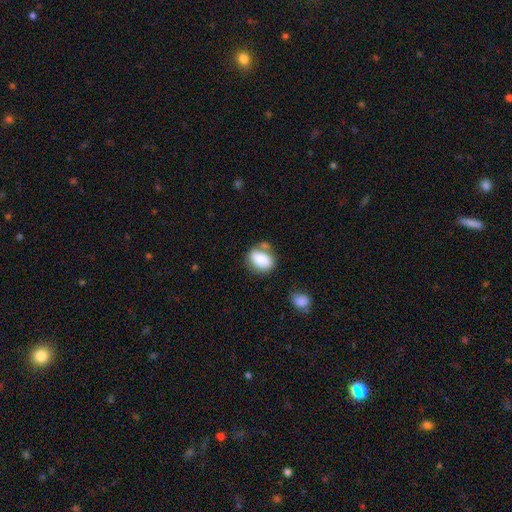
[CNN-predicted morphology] Smooth or featured: smooth — 73% (featured or disk — 19%)
How rounded: in between — 63% (round — 35%)
Merging: none — 62% (minor disturbance — 17%)